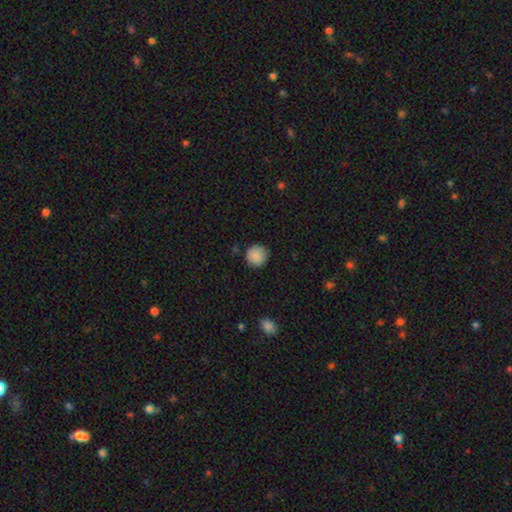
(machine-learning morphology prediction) The model was most divided on "merging": none: 86%, minor disturbance: 10%, major disturbance: 2%, merger: 1%. More confident: how rounded — round (93%); smooth or featured — smooth (88%).